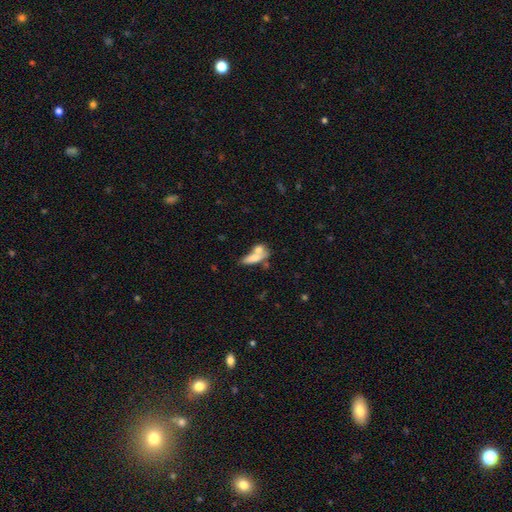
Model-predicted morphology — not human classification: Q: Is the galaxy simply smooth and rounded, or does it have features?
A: smooth — 64%.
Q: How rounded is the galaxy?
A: in between — 58%.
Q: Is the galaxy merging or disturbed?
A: merger — 50%.